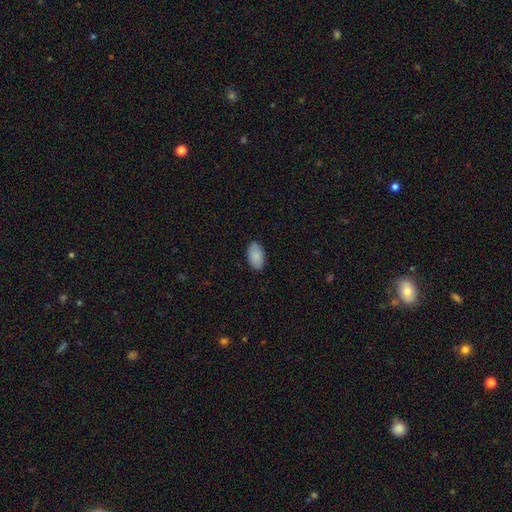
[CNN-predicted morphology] The model was most divided on "merging": none: 86%, minor disturbance: 11%, major disturbance: 2%, merger: 1%. More confident: how rounded — in between (95%); smooth or featured — smooth (88%).